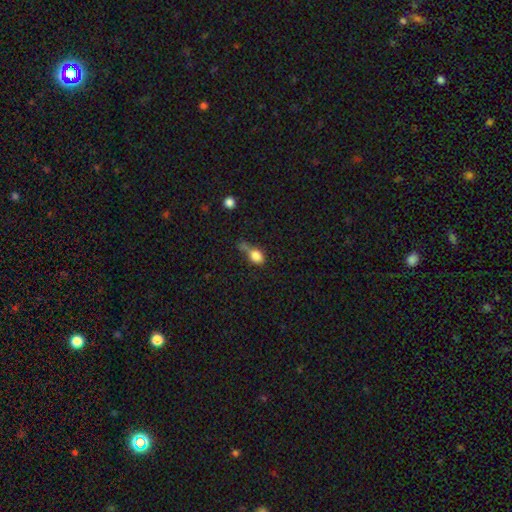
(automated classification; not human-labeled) Morphology: type=smooth (81%); roundness=in between (59%); merging=none (32%).